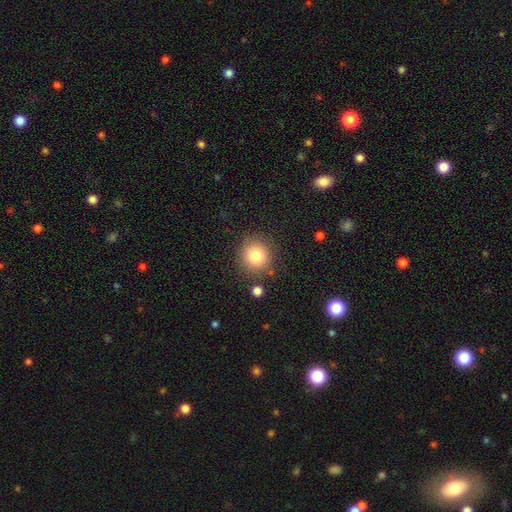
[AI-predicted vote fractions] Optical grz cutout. It shows a smooth galaxy with no disk features (81%) that is round (92%). Merging: none (85%).